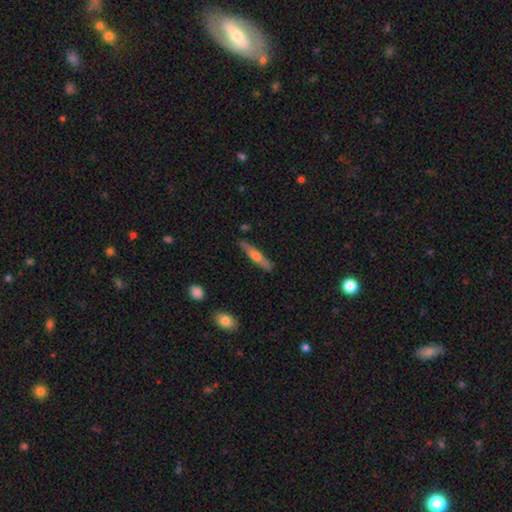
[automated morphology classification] Smooth or featured?
  - smooth: 50% *
  - featured or disk: 44%
  - star or artifact: 6%
How rounded?
  - cigar-shaped: 87% *
  - in between: 11%
  - round: 2%
Merging?
  - none: 82% *
  - minor disturbance: 13%
  - major disturbance: 3%
  - merger: 2%